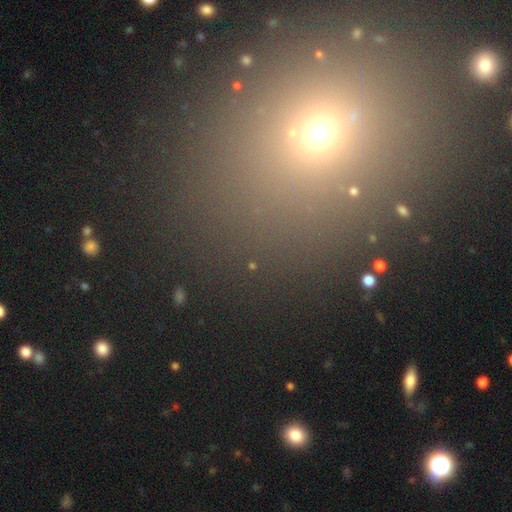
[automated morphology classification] Smooth or featured? Predicted: star or artifact (p=0.46).